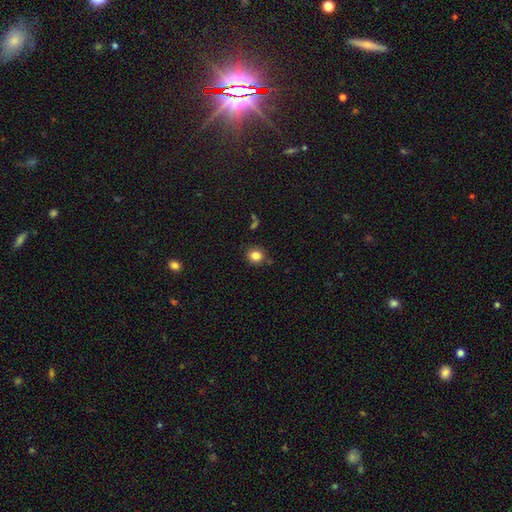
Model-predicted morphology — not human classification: smooth 83%, star or artifact 11%, featured or disk 6%. Down the decision tree: how rounded — round (77%); merging — none (83%).